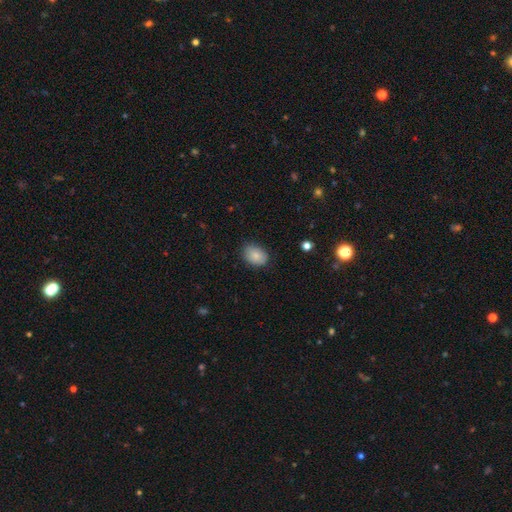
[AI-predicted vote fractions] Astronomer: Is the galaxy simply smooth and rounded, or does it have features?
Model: smooth — 84%.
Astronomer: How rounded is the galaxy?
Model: in between — 73%.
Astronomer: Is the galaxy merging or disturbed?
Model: none — 81%.